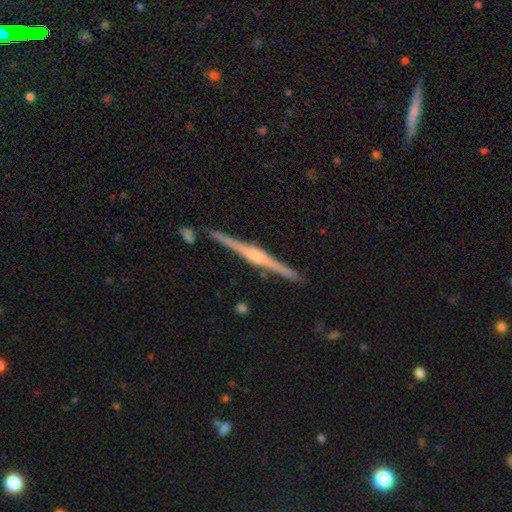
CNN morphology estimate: Smooth or featured?
  - featured or disk: 86% *
  - smooth: 9%
  - star or artifact: 5%
Edge-on disk?
  - yes: 99% *
  - no: 1%
Edge-on bulge?
  - rounded: 71% *
  - boxy: 21%
  - none: 8%
Merging?
  - none: 90% *
  - minor disturbance: 6%
  - merger: 2%
  - major disturbance: 1%